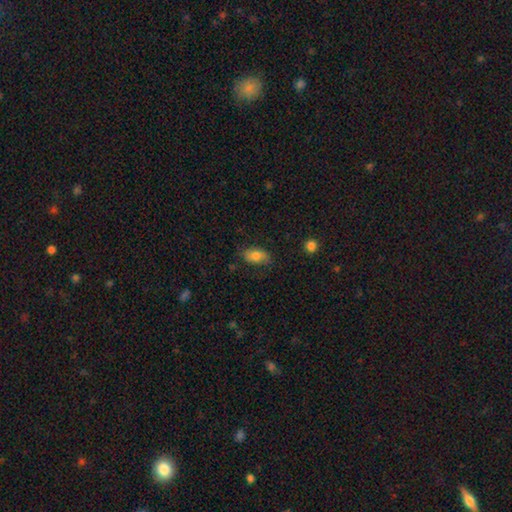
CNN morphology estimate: smooth_or_featured: smooth (p=0.75) [alt: featured or disk p=0.17]
how_rounded: in between (p=0.90) [alt: round p=0.06]
merging: none (p=0.75) [alt: minor disturbance p=0.20]